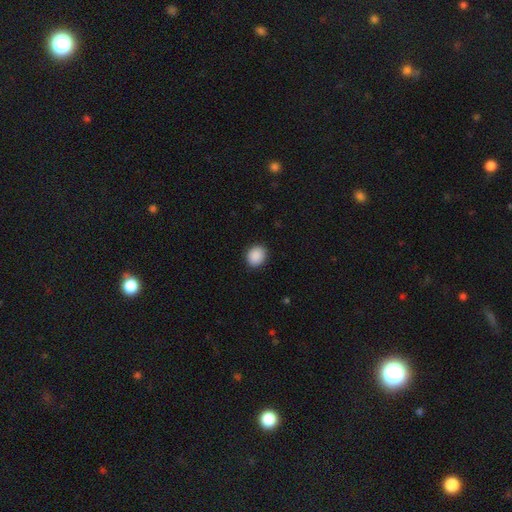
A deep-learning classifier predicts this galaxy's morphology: Smooth or featured? smooth (90%)
How rounded? round (63%)
Merging? none (89%)